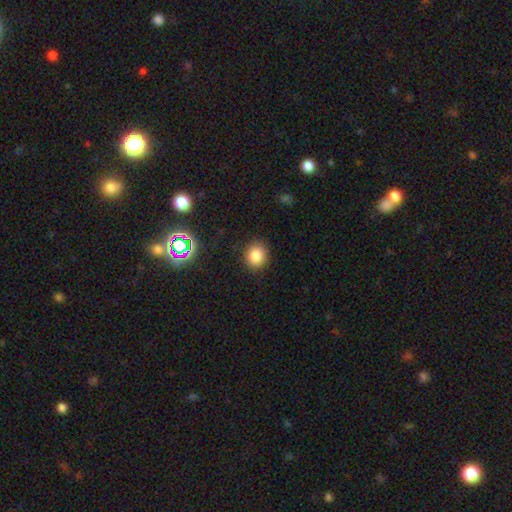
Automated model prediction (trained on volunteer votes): Smooth or featured: smooth — 83% (star or artifact — 12%)
How rounded: round — 70% (in between — 29%)
Merging: none — 88% (minor disturbance — 9%)